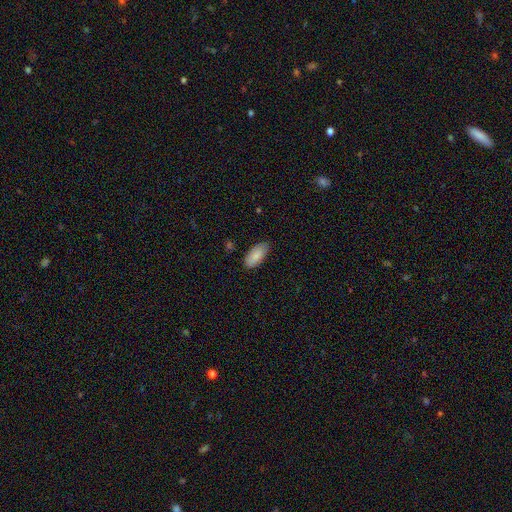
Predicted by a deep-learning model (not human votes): This is clearly a smooth galaxy (85%). How rounded: clearly in between (91%). Merging: clearly none (80%).